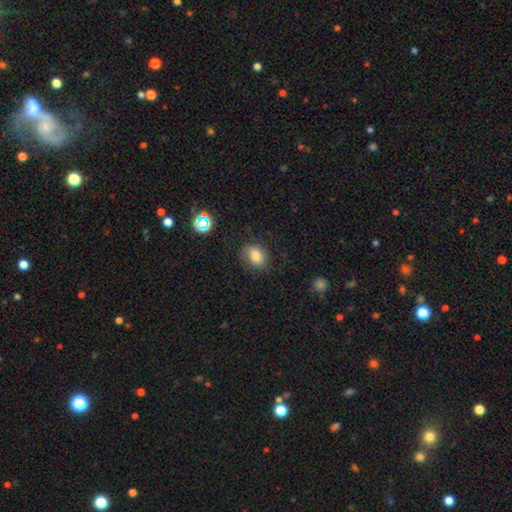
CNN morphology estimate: Smooth or featured?
  - smooth: 73% *
  - featured or disk: 14%
  - star or artifact: 12%
How rounded?
  - in between: 56% *
  - round: 42%
  - cigar-shaped: 1%
Merging?
  - none: 73% *
  - minor disturbance: 18%
  - major disturbance: 7%
  - merger: 1%